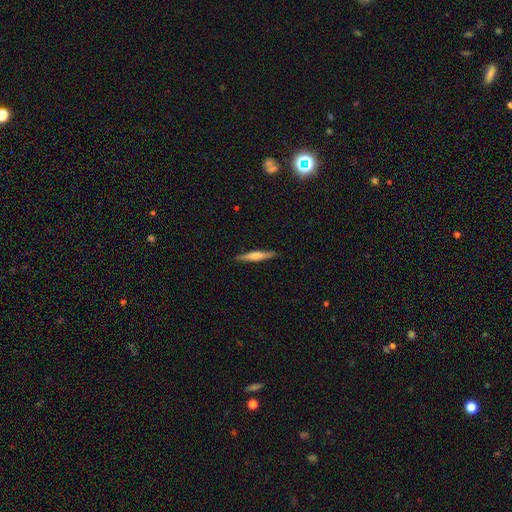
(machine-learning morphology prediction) This is possibly a smooth galaxy (49%). Merging: clearly none (90%).